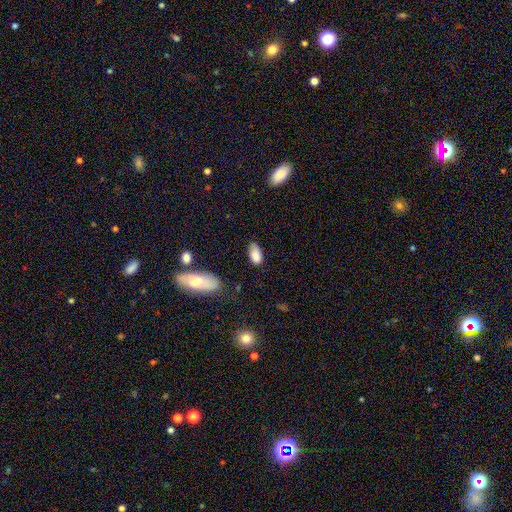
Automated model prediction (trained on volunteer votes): The model was most divided on "merging": none: 67%, minor disturbance: 25%, major disturbance: 5%, merger: 3%. More confident: how rounded — in between (93%); smooth or featured — smooth (85%).